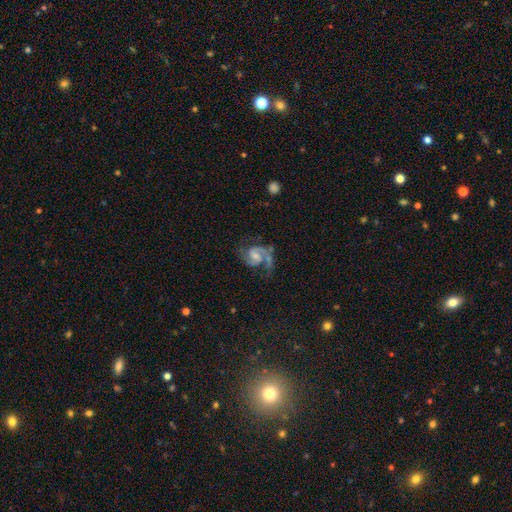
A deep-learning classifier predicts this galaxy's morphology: A featured or disk galaxy (89%) with a weak bar (50%), 2 (86%) medium (58%) spiral arms (97%) and a small central bulge (41%).

Vote fractions:
- Smooth or featured? featured or disk: 89% / smooth: 6% / star or artifact: 5%
- Edge-on disk? no: 98% / yes: 2%
- Bar? weak: 50% / no: 38% / strong: 12%
- Spiral arms? yes: 97% / no: 3%
- Spiral winding? medium: 58% / loose: 25% / tight: 18%
- Spiral arm count? 2: 86% / 1: 8% / can't tell: 2% / 3: 1% / 4: 1% / more than 4: 1%
- Bulge size? small: 41% / moderate: 30% / none: 22% / large: 5% / dominant: 1%
- Merging? none: 60% / minor disturbance: 19% / major disturbance: 17% / merger: 5%